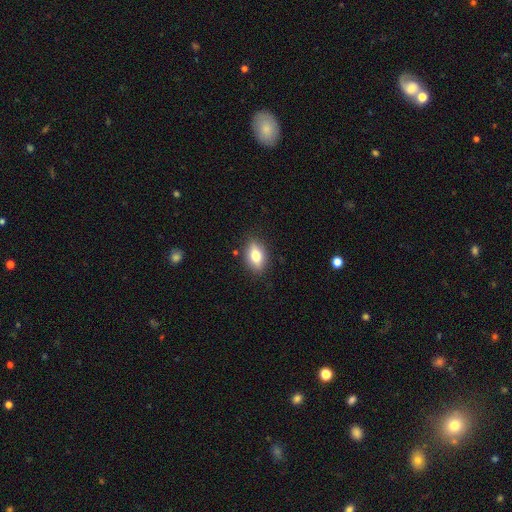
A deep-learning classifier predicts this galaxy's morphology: smooth 67%, featured or disk 24%, star or artifact 8%. Down the decision tree: how rounded — in between (82%); merging — none (86%).